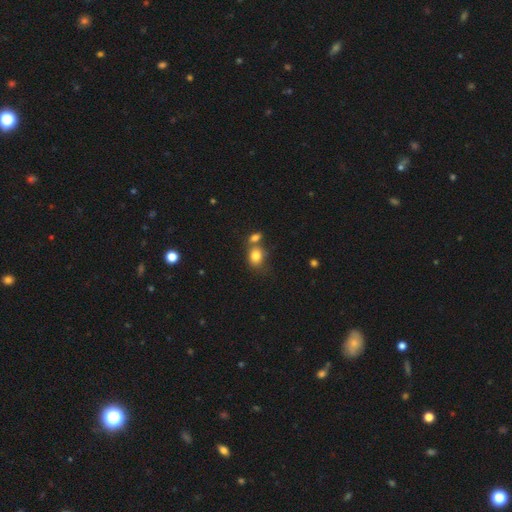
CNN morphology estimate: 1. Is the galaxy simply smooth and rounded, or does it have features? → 82% smooth, 10% star or artifact, 8% featured or disk.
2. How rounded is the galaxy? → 54% in between, 45% round, 1% cigar-shaped.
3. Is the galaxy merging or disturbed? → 45% none, 37% merger, 13% minor disturbance, 5% major disturbance.